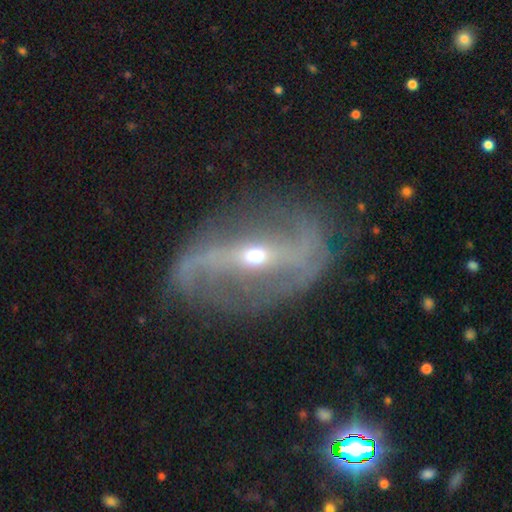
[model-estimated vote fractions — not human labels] Morphology: type=featured or disk (83%); edge-on=no (89%); bar=strong (48%); spiral arms=yes (74%); winding=loose (54%); arm count=2 (81%); bulge=small (60%); merging=none (52%).